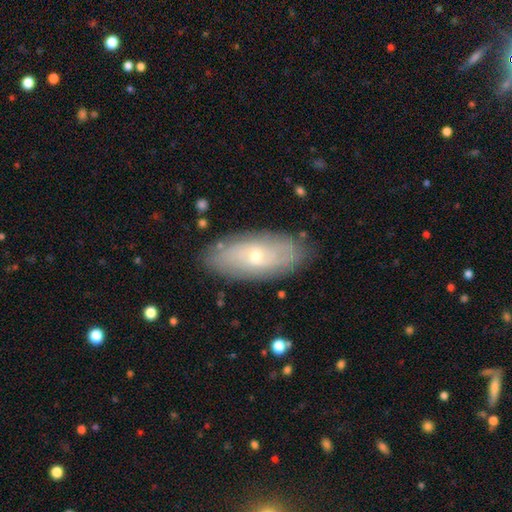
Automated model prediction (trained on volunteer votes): A featured or disk galaxy (60%) with no bar (70%), spiral arms (68%) and a small central bulge (61%).

Vote fractions:
- Smooth or featured? featured or disk: 60% / smooth: 33% / star or artifact: 7%
- Edge-on disk? no: 87% / yes: 13%
- Bar? no: 70% / weak: 25% / strong: 4%
- Spiral arms? yes: 68% / no: 32%
- Bulge size? small: 61% / moderate: 36% / large: 2% / none: 1% / dominant: 1%
- Merging? none: 82% / minor disturbance: 13% / major disturbance: 3% / merger: 1%